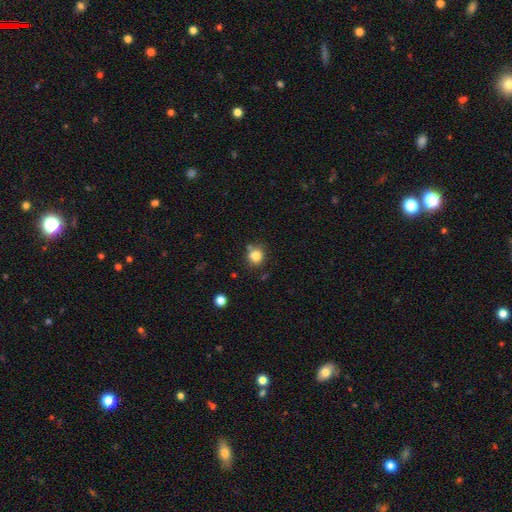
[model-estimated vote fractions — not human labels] This appears to be a smooth galaxy with no disk features (82%) that is round (85%). Merging: none (73%).